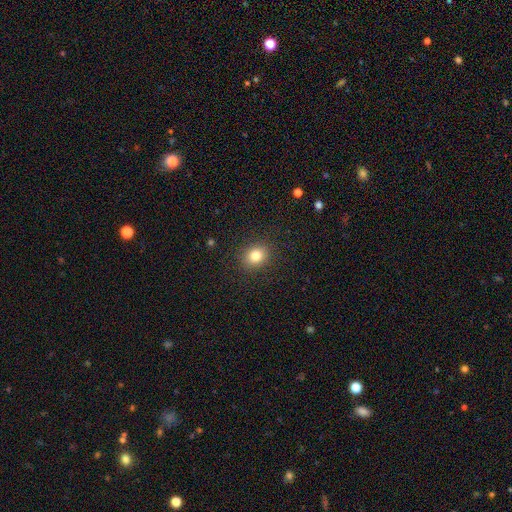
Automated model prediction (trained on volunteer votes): Morphology: type=smooth (81%); roundness=round (65%); merging=none (89%).